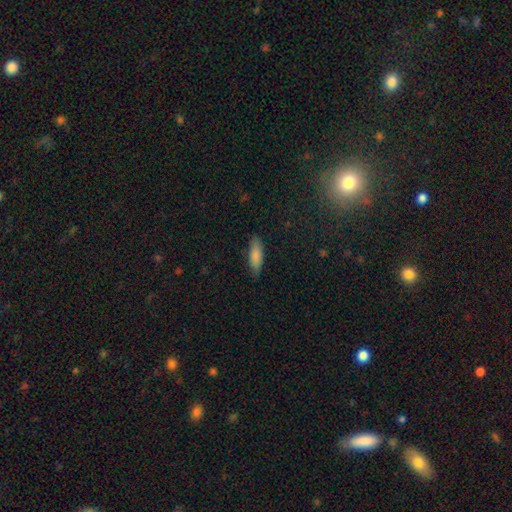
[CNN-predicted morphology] The model was most divided on "how rounded": in between: 58%, cigar-shaped: 41%, round: 2%. More confident: smooth or featured — smooth (85%); merging — none (83%).